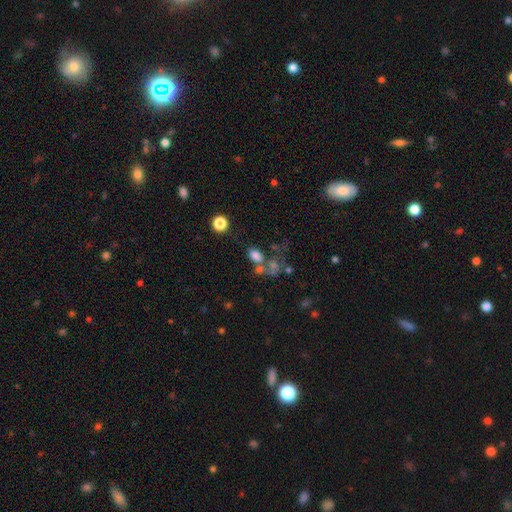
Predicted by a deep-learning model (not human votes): Smooth or featured: smooth — 73% (star or artifact — 16%)
How rounded: in between — 77% (round — 21%)
Merging: none — 43% (merger — 33%)